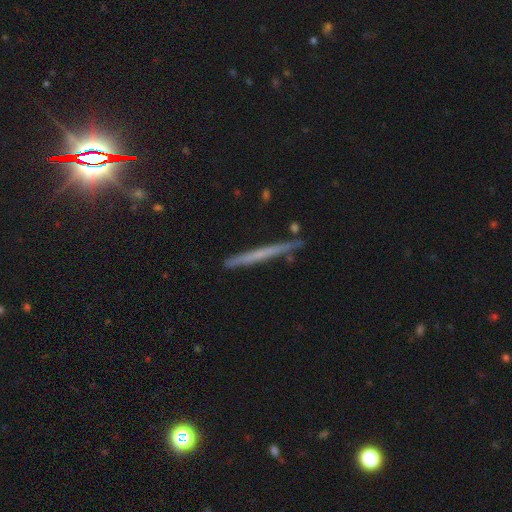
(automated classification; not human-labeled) Smooth or featured?
  - featured or disk: 48% *
  - smooth: 42%
  - star or artifact: 10%
Merging?
  - none: 85% *
  - minor disturbance: 11%
  - merger: 2%
  - major disturbance: 2%